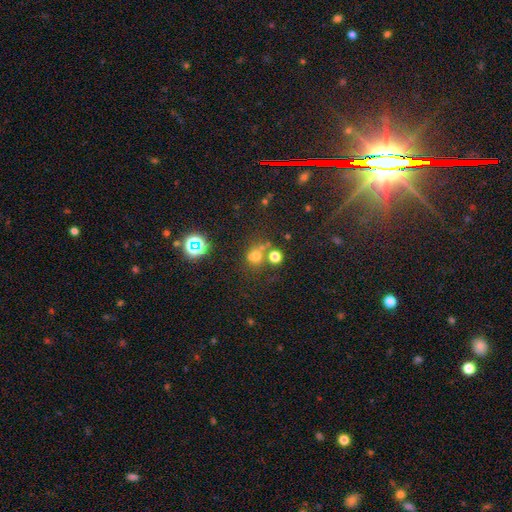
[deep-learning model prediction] Overall: smooth (56%; star or artifact 31%). How rounded: round (75%). Merging: none (50%; merger 30%).